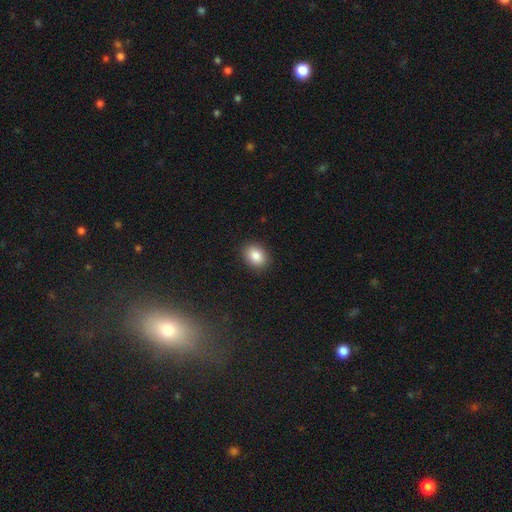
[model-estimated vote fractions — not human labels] smooth-or-featured: smooth: 85% | star or artifact: 9% | featured or disk: 6%
  how-rounded: in between: 64% | round: 35% | cigar-shaped: 1%
  merging: none: 89% | minor disturbance: 8% | major disturbance: 2% | merger: 1%